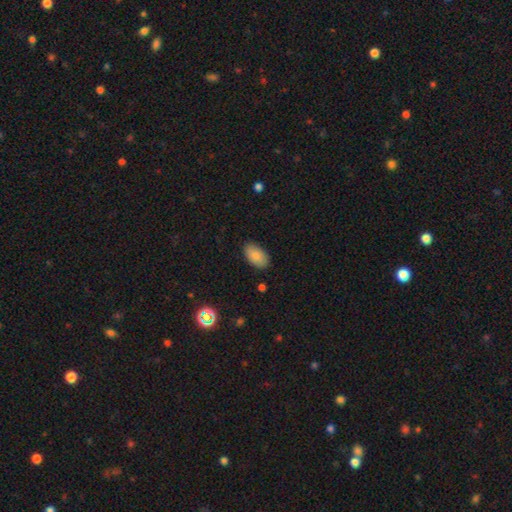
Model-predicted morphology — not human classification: type=smooth (86%); roundness=in between (94%); merging=none (86%).